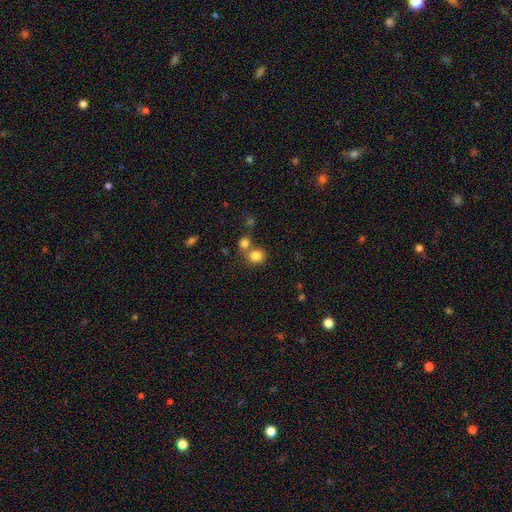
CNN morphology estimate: Smooth or featured?
  - smooth: 82% *
  - star or artifact: 11%
  - featured or disk: 6%
How rounded?
  - round: 82% *
  - in between: 17%
  - cigar-shaped: 1%
Merging?
  - none: 59% *
  - merger: 30%
  - minor disturbance: 8%
  - major disturbance: 3%